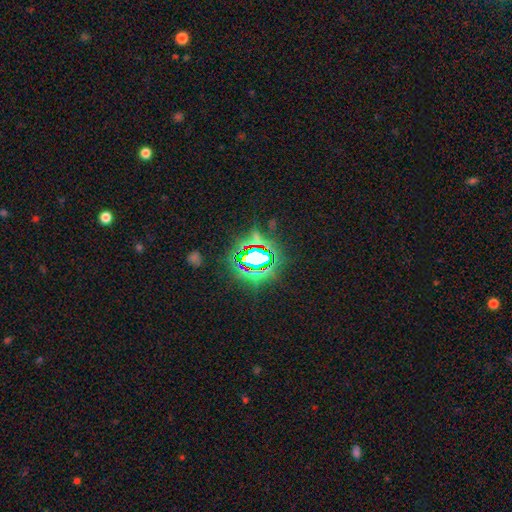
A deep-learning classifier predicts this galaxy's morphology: Smooth or featured: star or artifact — 74% (smooth — 14%)